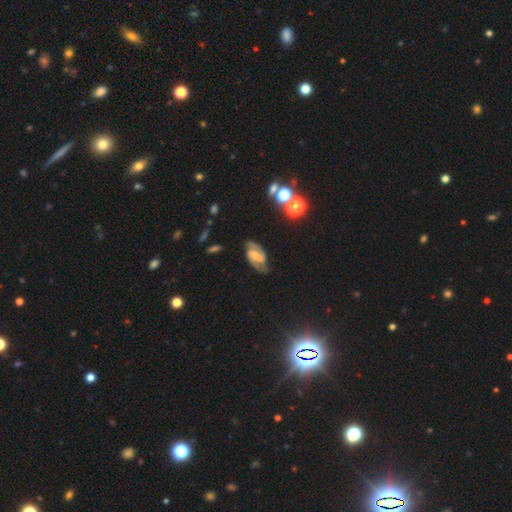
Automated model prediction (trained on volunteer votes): The model was most divided on "bulge size": small: 41%, moderate: 36%, none: 16%, large: 5%, dominant: 1%. Remaining: edge-on disk — no (97%); spiral arms — yes (97%); spiral arm count — 2 (92%); smooth or featured — featured or disk (85%); merging — none (81%); spiral winding — medium (54%); bar — weak (46%).